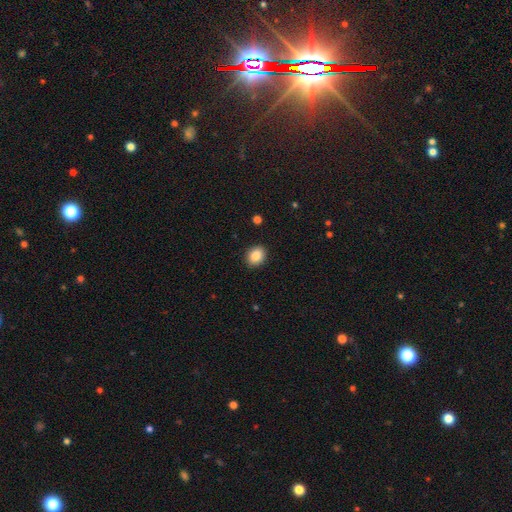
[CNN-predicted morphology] Smooth or featured?
  - smooth: 87% *
  - star or artifact: 8%
  - featured or disk: 5%
How rounded?
  - round: 53% *
  - in between: 46%
  - cigar-shaped: 1%
Merging?
  - none: 90% *
  - minor disturbance: 7%
  - major disturbance: 2%
  - merger: 1%